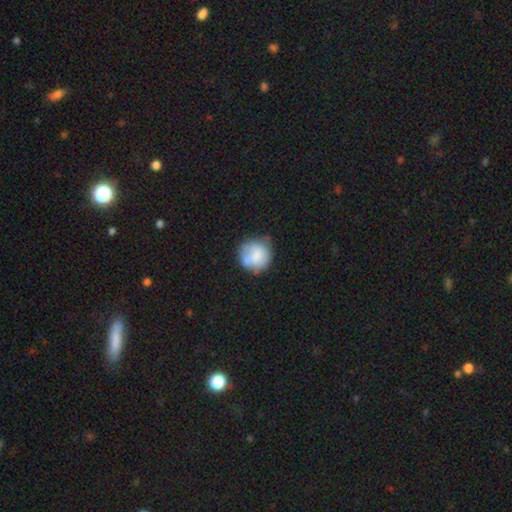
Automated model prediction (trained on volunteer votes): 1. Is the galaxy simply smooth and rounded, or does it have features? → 68% smooth, 25% featured or disk, 7% star or artifact.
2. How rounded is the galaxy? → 88% round, 11% in between, 1% cigar-shaped.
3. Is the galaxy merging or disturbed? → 55% none, 28% minor disturbance, 10% major disturbance, 7% merger.